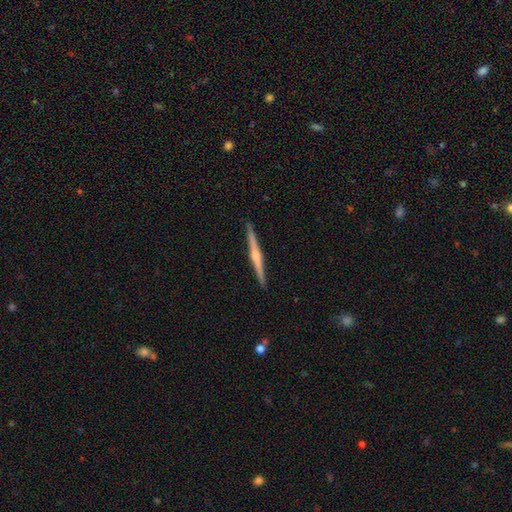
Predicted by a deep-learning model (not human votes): Overall: featured or disk (77%). Edge-on disk: yes (98%). Edge-on bulge: rounded (83%). Merging: none (92%).